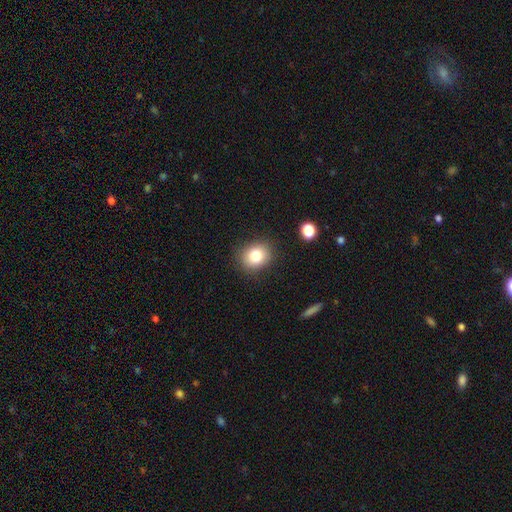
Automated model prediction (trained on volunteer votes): This appears to be a smooth galaxy with no disk features (80%) that is round (68%). Merging: none (86%).